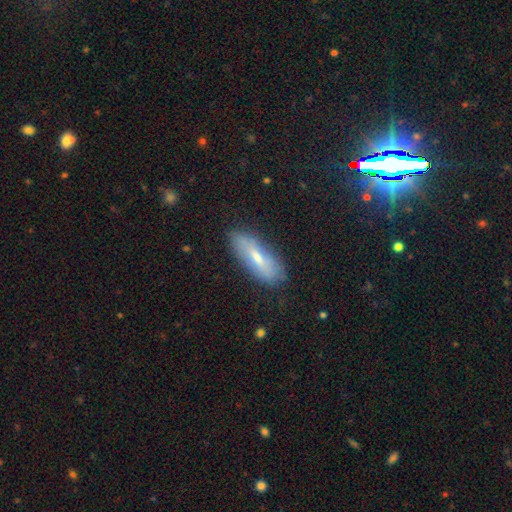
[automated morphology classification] Smooth or featured?
  - smooth: 45% *
  - featured or disk: 38%
  - star or artifact: 17%
Merging?
  - none: 82% *
  - minor disturbance: 13%
  - major disturbance: 3%
  - merger: 2%